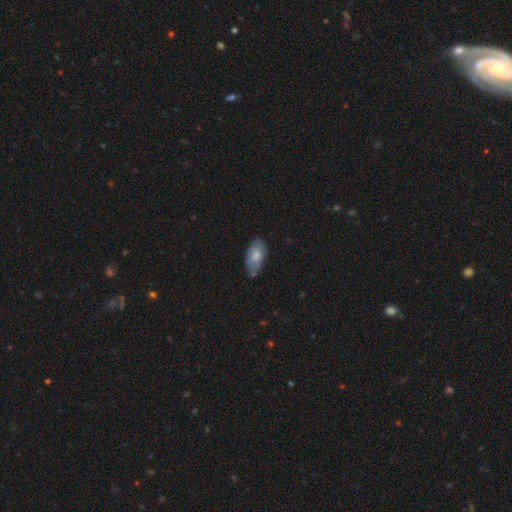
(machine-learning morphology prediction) A smooth galaxy with no disk features (73%) that is in between round and cigar-shaped (94%). Merging: none (61%).